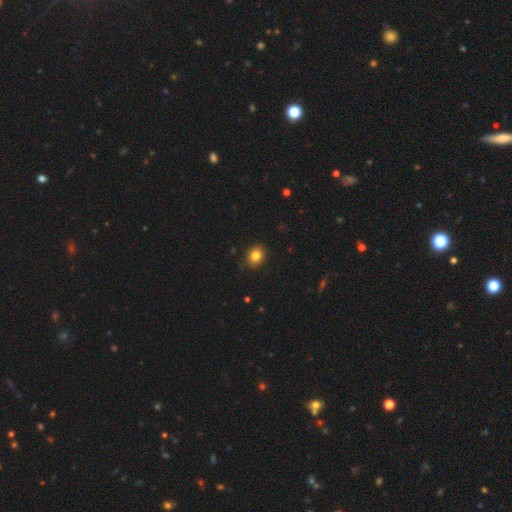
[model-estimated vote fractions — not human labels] Smooth or featured: smooth — 83% (star or artifact — 11%)
How rounded: round — 59% (in between — 40%)
Merging: none — 89% (minor disturbance — 8%)